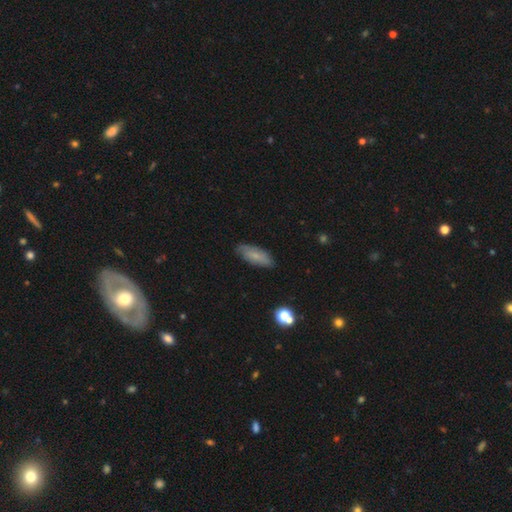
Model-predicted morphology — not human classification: A smooth galaxy with no disk features (66%) that is in between round and cigar-shaped (77%). Merging: none (78%).